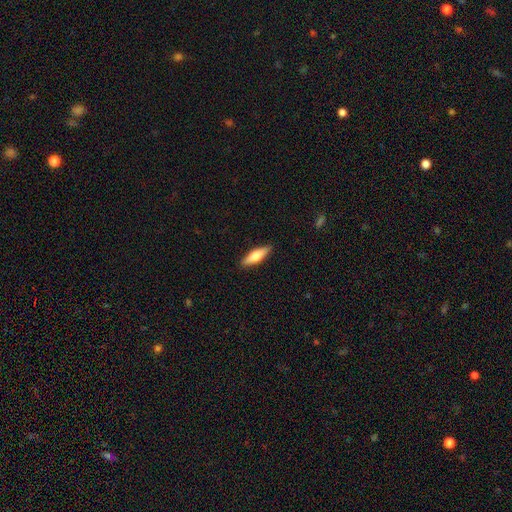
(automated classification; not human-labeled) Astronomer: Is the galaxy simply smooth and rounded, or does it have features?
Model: smooth — 60%.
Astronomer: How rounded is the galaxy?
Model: cigar-shaped — 60% (runner-up: in between, 38%).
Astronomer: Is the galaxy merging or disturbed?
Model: none — 89%.